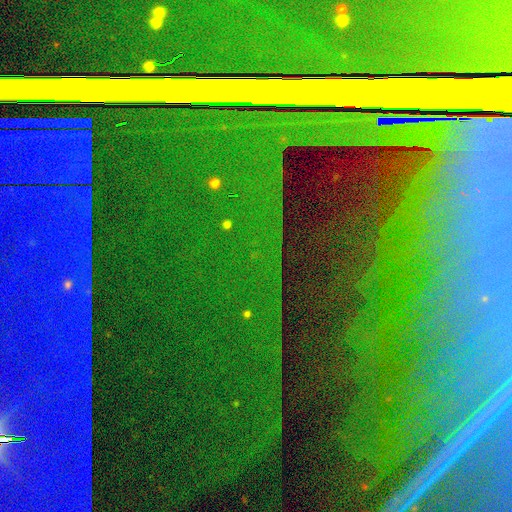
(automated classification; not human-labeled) Smooth or featured?
  - star or artifact: 88% *
  - featured or disk: 7%
  - smooth: 5%